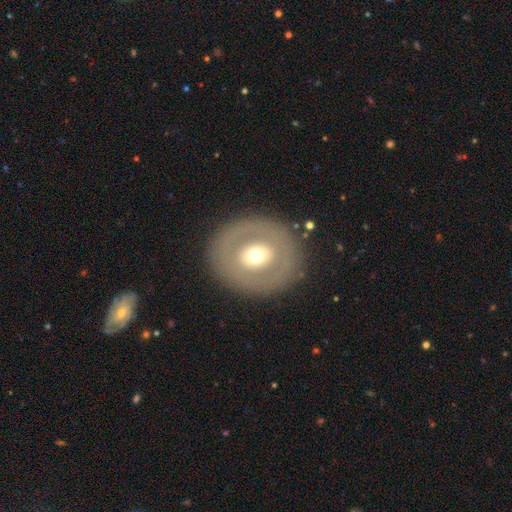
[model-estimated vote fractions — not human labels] Smooth or featured: featured or disk — 52% (smooth — 41%)
Edge-on disk: no — 93% (yes — 7%)
Merging: none — 84% (minor disturbance — 10%)